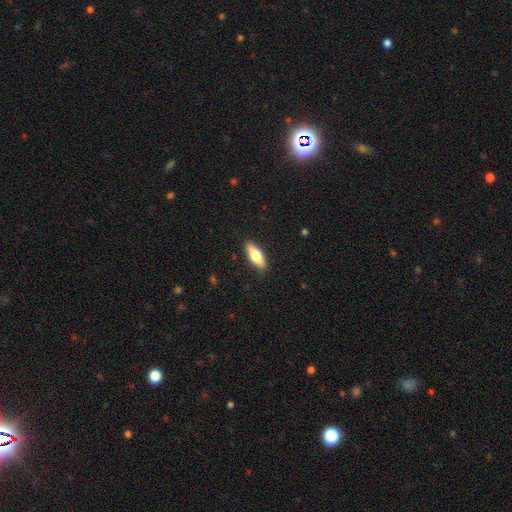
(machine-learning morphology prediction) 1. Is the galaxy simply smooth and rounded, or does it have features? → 68% smooth, 26% featured or disk, 6% star or artifact.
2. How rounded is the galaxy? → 60% in between, 38% cigar-shaped, 3% round.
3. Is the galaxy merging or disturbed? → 89% none, 8% minor disturbance, 2% major disturbance, 1% merger.